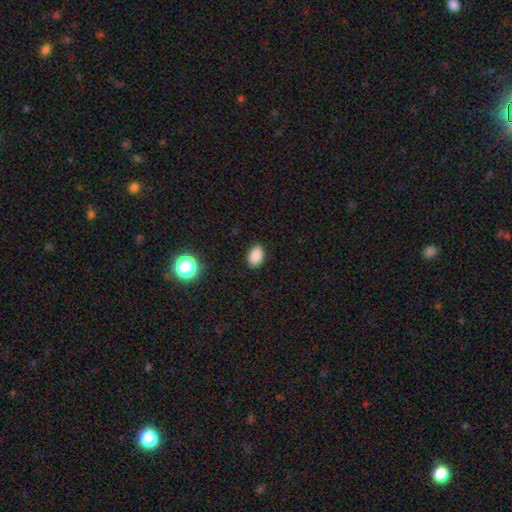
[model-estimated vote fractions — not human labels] smooth_or_featured: smooth (p=0.87) [alt: star or artifact p=0.10]
how_rounded: in between (p=0.84) [alt: round p=0.15]
merging: none (p=0.88) [alt: minor disturbance p=0.09]